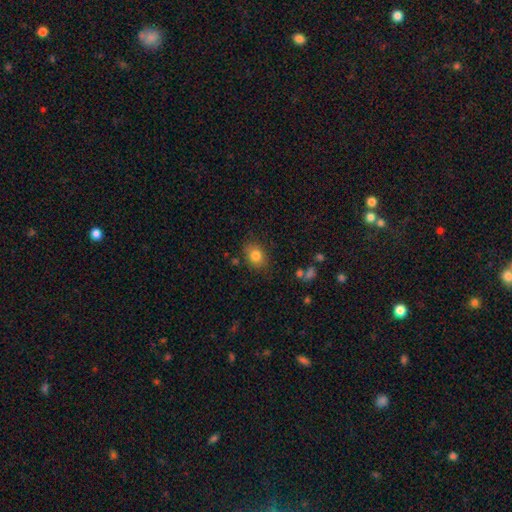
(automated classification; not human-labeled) Morphology: type=smooth (81%); roundness=in between (64%); merging=none (81%).